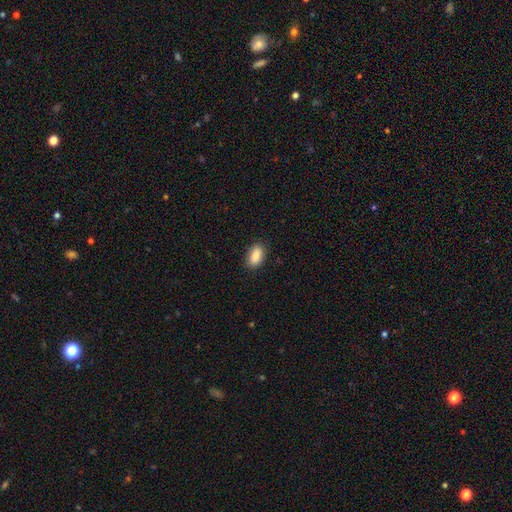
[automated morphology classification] Q: Smooth or featured?
A: smooth (89%); runner-up: star or artifact (7%)
Q: How rounded?
A: in between (91%); runner-up: cigar-shaped (5%)
Q: Merging?
A: none (86%); runner-up: minor disturbance (11%)